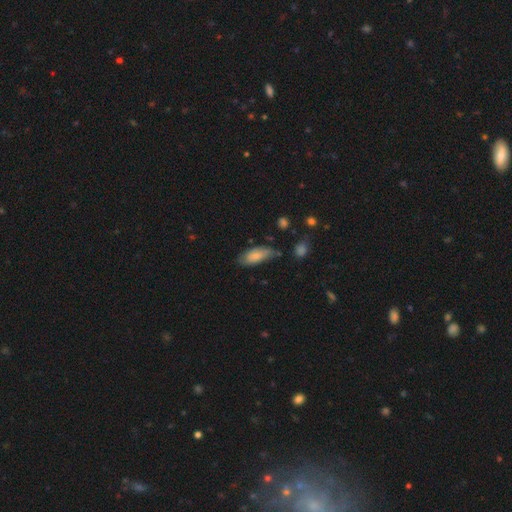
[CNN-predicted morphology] A smooth galaxy with no disk features (80%) that is in between round and cigar-shaped (82%). Merging: none (59%).